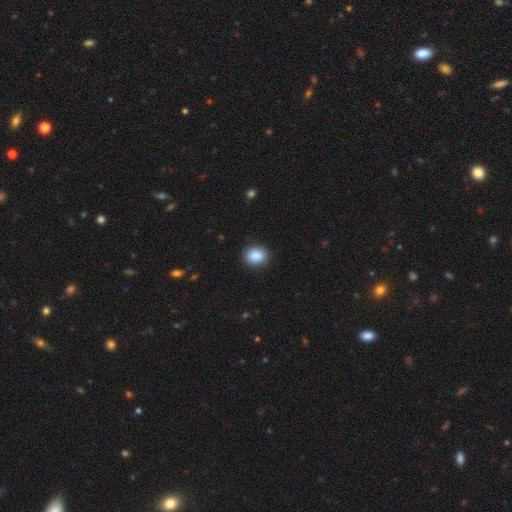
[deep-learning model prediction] Q: Smooth or featured?
A: smooth (88%); runner-up: star or artifact (8%)
Q: How rounded?
A: round (57%); runner-up: in between (42%)
Q: Merging?
A: none (90%); runner-up: minor disturbance (7%)